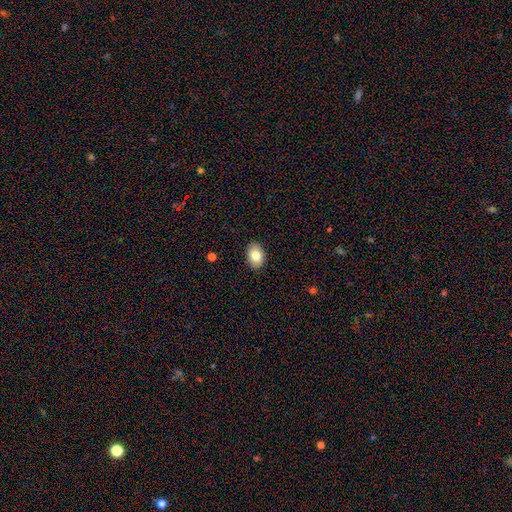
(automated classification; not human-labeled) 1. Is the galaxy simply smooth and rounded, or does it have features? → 83% smooth, 10% featured or disk, 8% star or artifact.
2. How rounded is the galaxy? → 82% in between, 17% round, 1% cigar-shaped.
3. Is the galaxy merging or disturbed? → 89% none, 8% minor disturbance, 2% major disturbance, 1% merger.